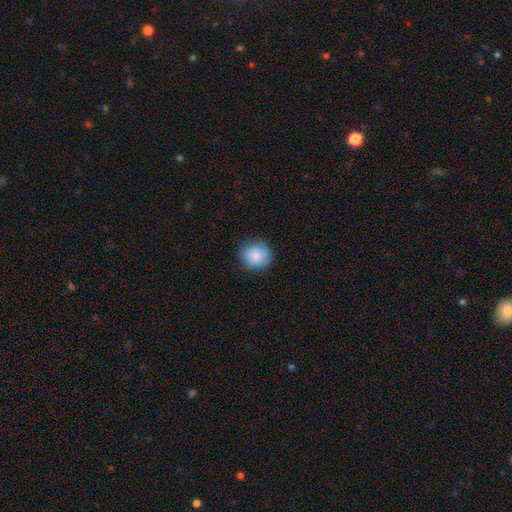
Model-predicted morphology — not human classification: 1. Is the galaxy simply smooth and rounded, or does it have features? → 85% smooth, 8% star or artifact, 7% featured or disk.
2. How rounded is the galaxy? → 91% round, 8% in between, 1% cigar-shaped.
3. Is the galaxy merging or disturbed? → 84% none, 12% minor disturbance, 3% major disturbance, 1% merger.